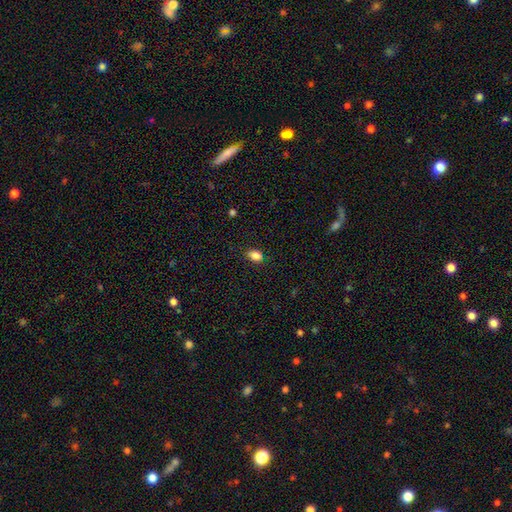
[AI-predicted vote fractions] smooth_or_featured: smooth (p=0.85) [alt: star or artifact p=0.10]
how_rounded: in between (p=0.80) [alt: round p=0.18]
merging: none (p=0.83) [alt: minor disturbance p=0.13]